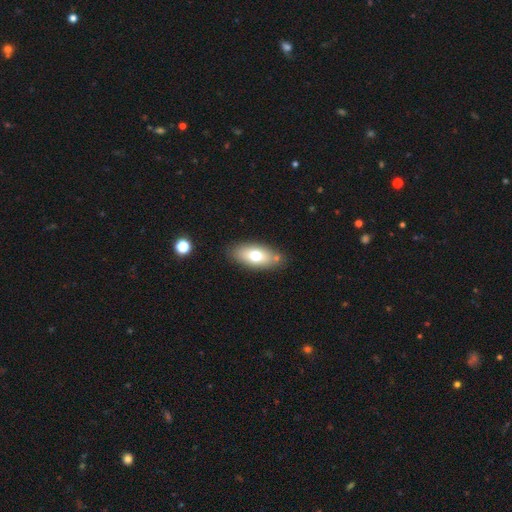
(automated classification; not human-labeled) smooth-or-featured: smooth: 68% | featured or disk: 24% | star or artifact: 8%
  how-rounded: in between: 87% | cigar-shaped: 9% | round: 5%
  merging: none: 79% | minor disturbance: 13% | merger: 5% | major disturbance: 3%